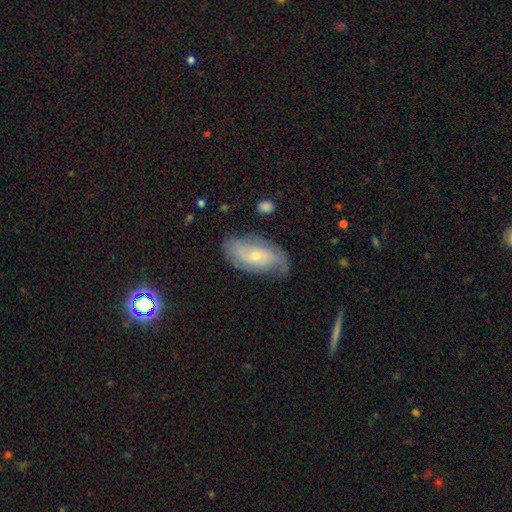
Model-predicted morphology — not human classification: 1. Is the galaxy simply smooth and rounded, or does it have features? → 61% featured or disk, 32% smooth, 7% star or artifact.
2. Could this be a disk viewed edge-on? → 92% no, 8% yes.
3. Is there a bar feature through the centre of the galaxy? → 69% no, 25% weak, 6% strong.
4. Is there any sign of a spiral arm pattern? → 81% yes, 19% no.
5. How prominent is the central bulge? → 71% small, 26% moderate, 1% none, 1% large, 1% dominant.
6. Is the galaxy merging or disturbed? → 67% none, 24% minor disturbance, 8% major disturbance, 2% merger.